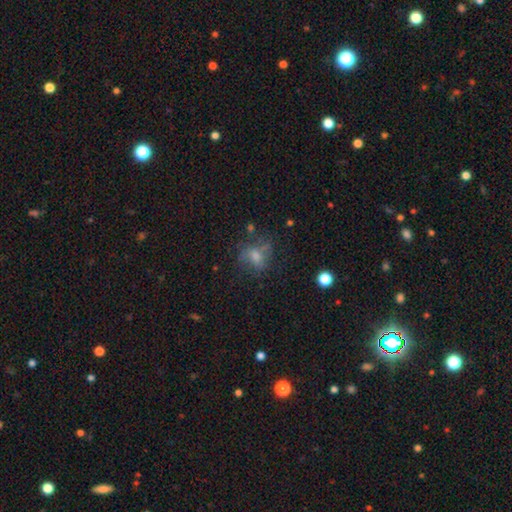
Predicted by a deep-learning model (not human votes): Overall: smooth (48%; featured or disk 31%). Merging: none (56%; minor disturbance 22%).